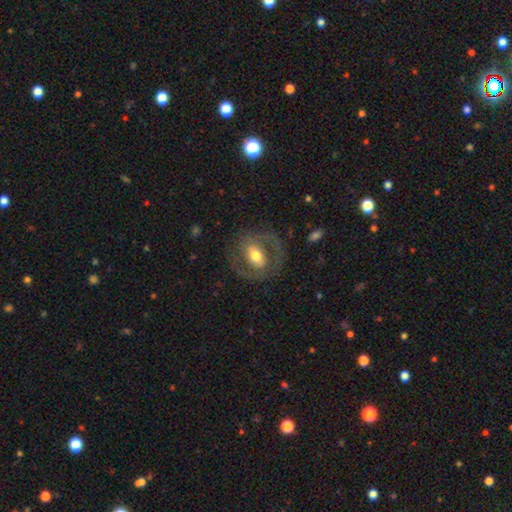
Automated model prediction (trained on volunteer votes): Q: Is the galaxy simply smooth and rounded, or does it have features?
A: featured or disk — 70%.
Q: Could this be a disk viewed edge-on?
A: no — 95%.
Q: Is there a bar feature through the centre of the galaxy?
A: weak — 40%.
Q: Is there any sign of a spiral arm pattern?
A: yes — 73%.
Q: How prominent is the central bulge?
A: moderate — 67%.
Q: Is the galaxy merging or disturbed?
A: none — 73%.